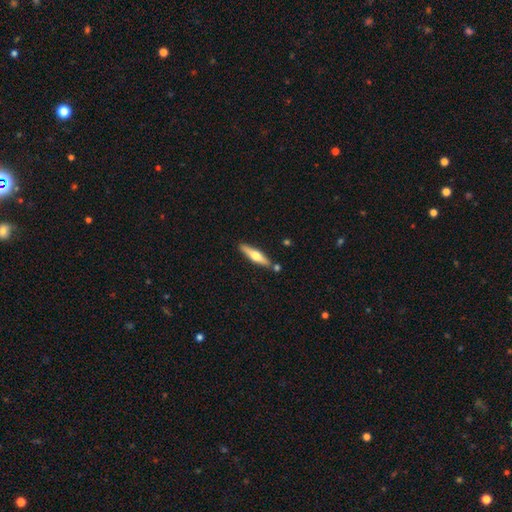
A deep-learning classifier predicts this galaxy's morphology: Smooth or featured? featured or disk (49%)
Merging? none (81%)